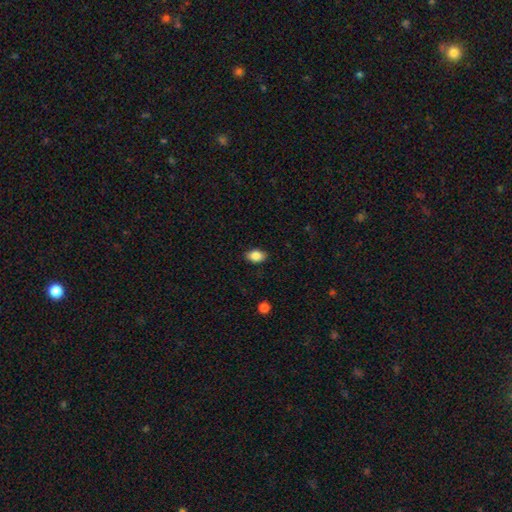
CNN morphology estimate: The model was most divided on "how rounded": in between: 87%, round: 11%, cigar-shaped: 1%. More confident: merging — none (87%); smooth or featured — smooth (87%).